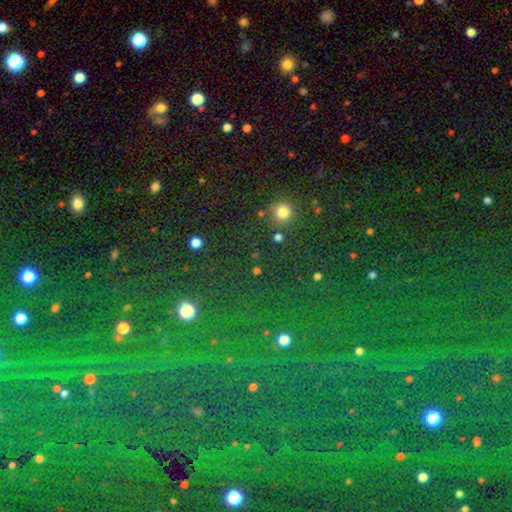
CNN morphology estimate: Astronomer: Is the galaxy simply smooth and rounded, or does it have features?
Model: star or artifact — 74%.